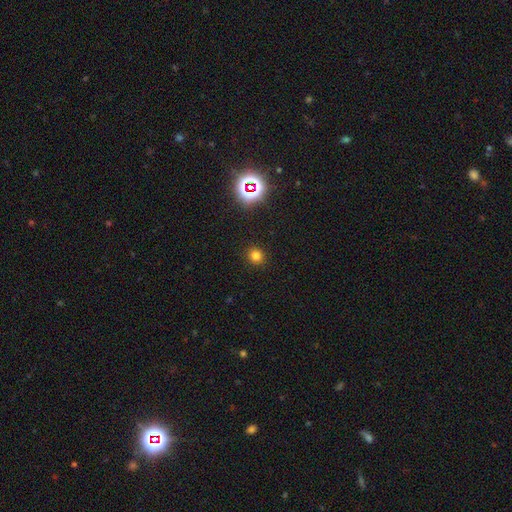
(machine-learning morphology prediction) smooth-or-featured: smooth: 75% | star or artifact: 20% | featured or disk: 5%
  how-rounded: round: 89% | in between: 10% | cigar-shaped: 1%
  merging: none: 91% | minor disturbance: 6% | major disturbance: 2% | merger: 1%